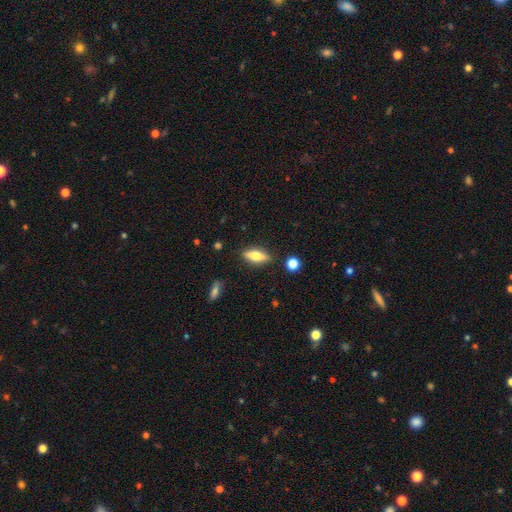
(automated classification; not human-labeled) A smooth galaxy with no disk features (57%) that is in between round and cigar-shaped (51%).

Vote fractions:
- Smooth or featured? smooth: 57% / featured or disk: 36% / star or artifact: 7%
- How rounded? in between: 51% / cigar-shaped: 46% / round: 3%
- Merging? none: 85% / minor disturbance: 10% / major disturbance: 2% / merger: 2%